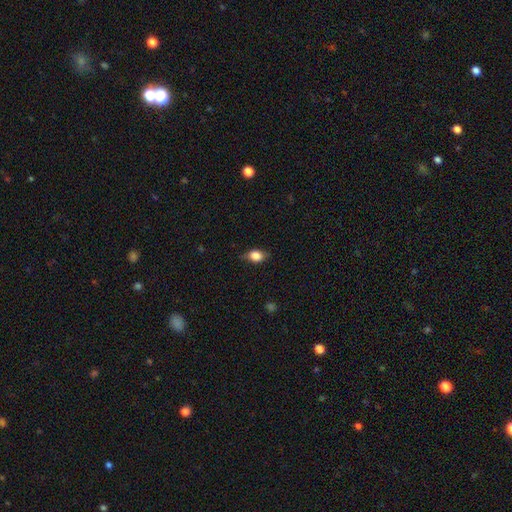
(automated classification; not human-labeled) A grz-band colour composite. It shows a smooth galaxy with no disk features (81%) that is in between round and cigar-shaped (75%). Merging: none (72%).